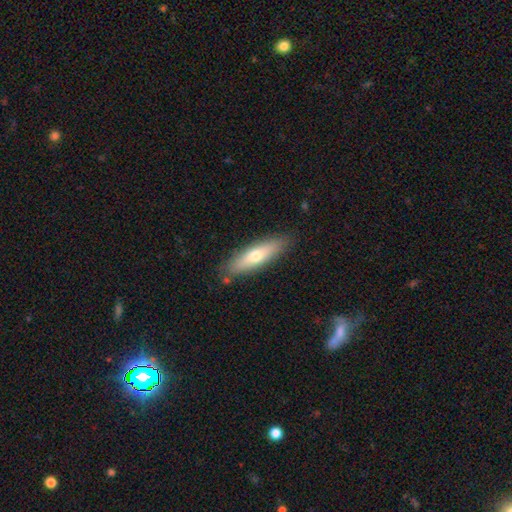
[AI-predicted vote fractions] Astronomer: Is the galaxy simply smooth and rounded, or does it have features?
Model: smooth — 61%.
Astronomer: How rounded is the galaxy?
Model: cigar-shaped — 64%.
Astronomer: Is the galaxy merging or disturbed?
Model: none — 85%.